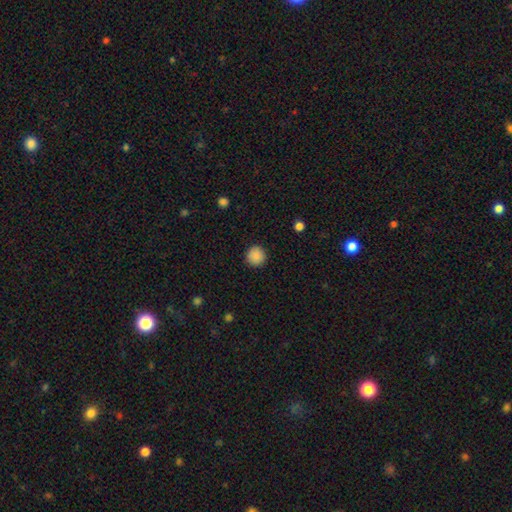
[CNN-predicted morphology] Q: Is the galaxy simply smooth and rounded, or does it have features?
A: smooth — 88%.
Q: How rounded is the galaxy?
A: round — 95%.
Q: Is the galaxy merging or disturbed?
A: none — 92%.